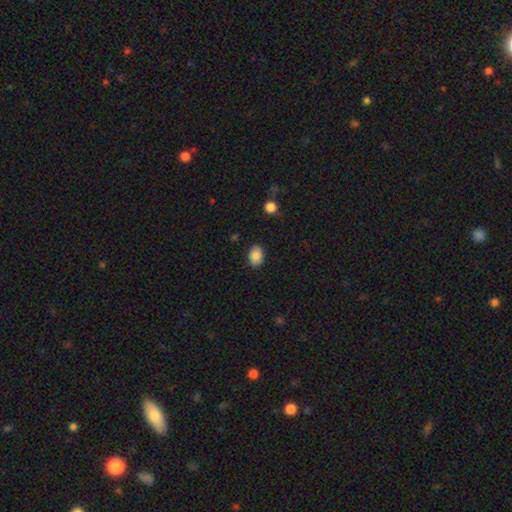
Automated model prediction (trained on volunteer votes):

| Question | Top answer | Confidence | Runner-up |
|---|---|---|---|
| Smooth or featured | smooth | 86% | star or artifact (8%) |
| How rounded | in between | 77% | round (22%) |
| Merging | none | 87% | minor disturbance (9%) |